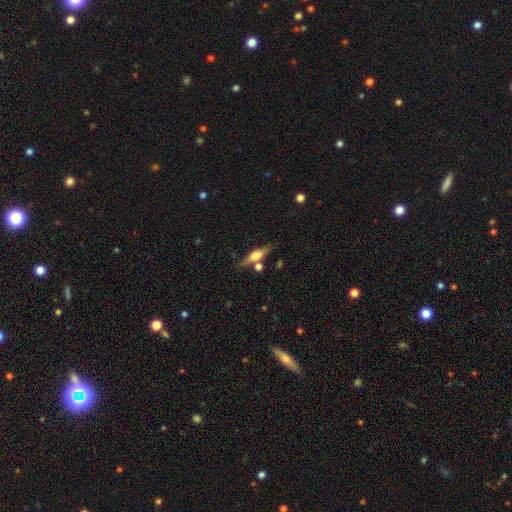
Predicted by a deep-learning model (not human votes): featured or disk 52%, smooth 40%, star or artifact 7%. Down the decision tree: edge-on disk — yes (91%); merging — none (71%).